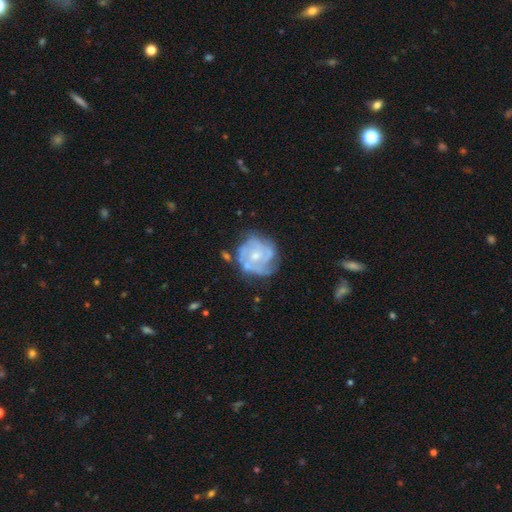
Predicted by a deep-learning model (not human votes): Smooth or featured? featured or disk (76%)
Edge-on disk? no (98%)
Bar? no (71%)
Spiral arms? yes (79%)
Spiral winding? tight (58%)
Spiral arm count? can't tell (38%)
Bulge size? small (48%)
Merging? none (58%)